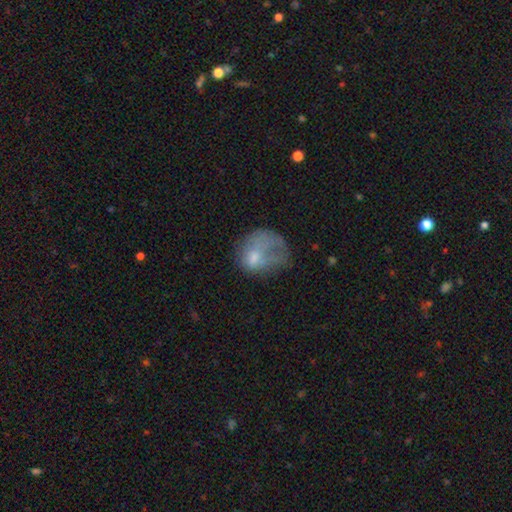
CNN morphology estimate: Q: Smooth or featured?
A: smooth (55%); runner-up: featured or disk (35%)
Q: How rounded?
A: in between (50%); runner-up: round (49%)
Q: Merging?
A: major disturbance (49%); runner-up: none (23%)